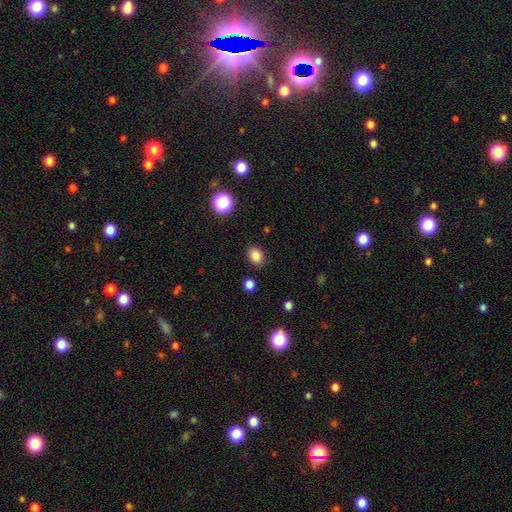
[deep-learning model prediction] Smooth or featured: smooth — 84% (star or artifact — 11%)
How rounded: in between — 58% (round — 41%)
Merging: none — 87% (minor disturbance — 8%)